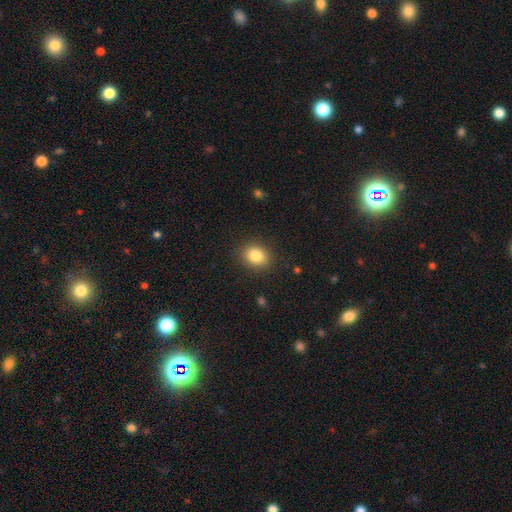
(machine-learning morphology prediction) Q: Smooth or featured?
A: smooth (84%); runner-up: star or artifact (9%)
Q: How rounded?
A: in between (52%); runner-up: round (47%)
Q: Merging?
A: none (87%); runner-up: minor disturbance (9%)